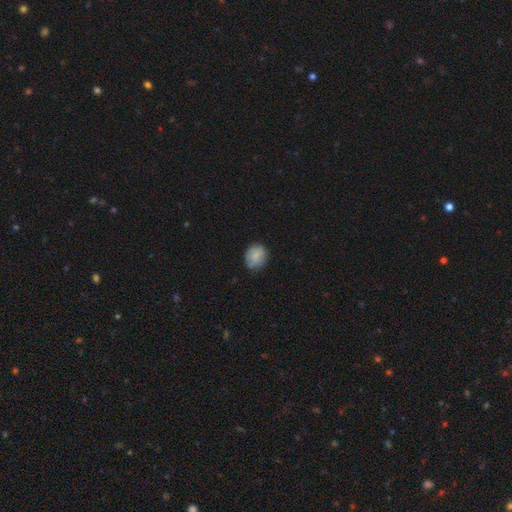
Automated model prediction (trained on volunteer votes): Smooth or featured? Predicted: smooth (p=0.82). How rounded? Predicted: round (p=0.62). Merging? Predicted: none (p=0.75).